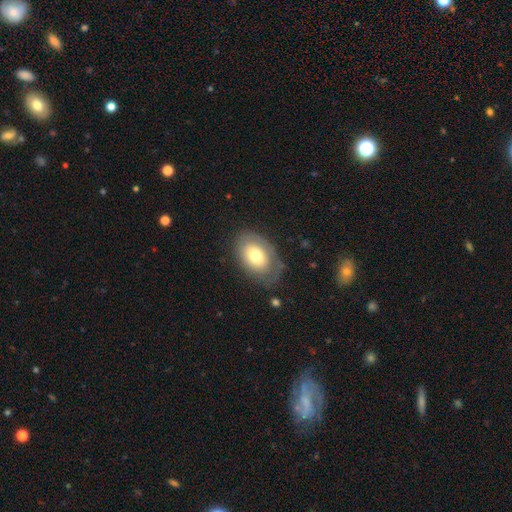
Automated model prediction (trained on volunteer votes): smooth 64%, featured or disk 29%, star or artifact 7%. Down the decision tree: how rounded — in between (84%); merging — none (64%).